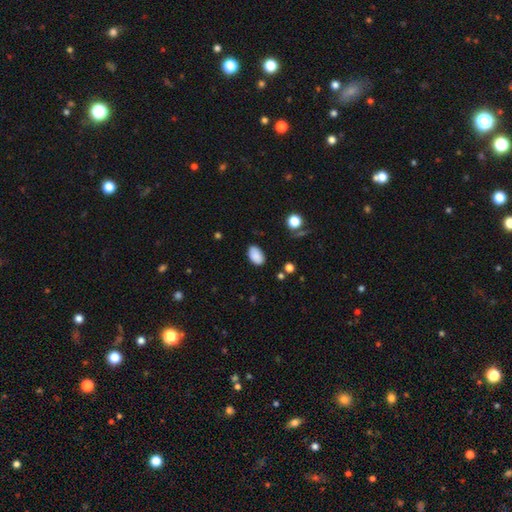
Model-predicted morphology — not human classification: type=smooth (88%); roundness=in between (92%); merging=none (84%).